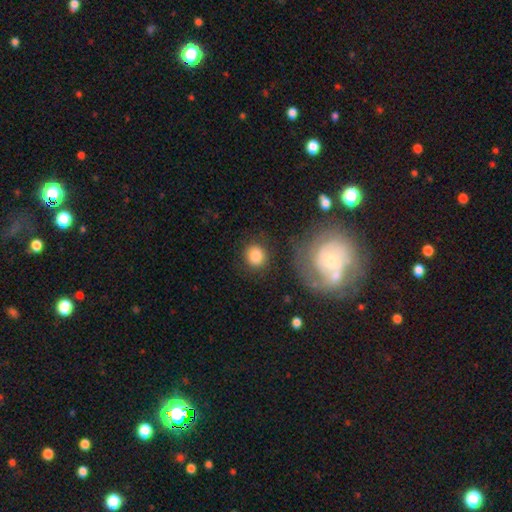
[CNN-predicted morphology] This appears to be a smooth galaxy with no disk features (83%) that is round (82%). Merging: none (81%).